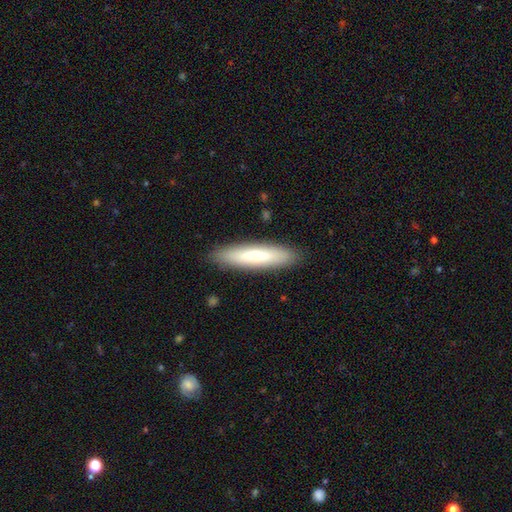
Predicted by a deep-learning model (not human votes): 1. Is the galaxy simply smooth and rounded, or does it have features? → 65% smooth, 29% featured or disk, 6% star or artifact.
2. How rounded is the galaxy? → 75% cigar-shaped, 23% in between, 1% round.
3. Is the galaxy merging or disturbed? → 89% none, 8% minor disturbance, 2% major disturbance, 1% merger.